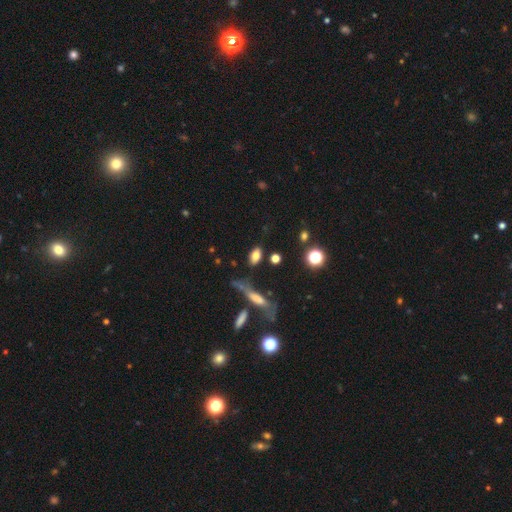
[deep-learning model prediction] A smooth galaxy with no disk features (77%) that is in between round and cigar-shaped (85%).

Vote fractions:
- Smooth or featured? smooth: 77% / featured or disk: 12% / star or artifact: 11%
- How rounded? in between: 85% / round: 8% / cigar-shaped: 7%
- Merging? none: 74% / minor disturbance: 13% / merger: 7% / major disturbance: 6%